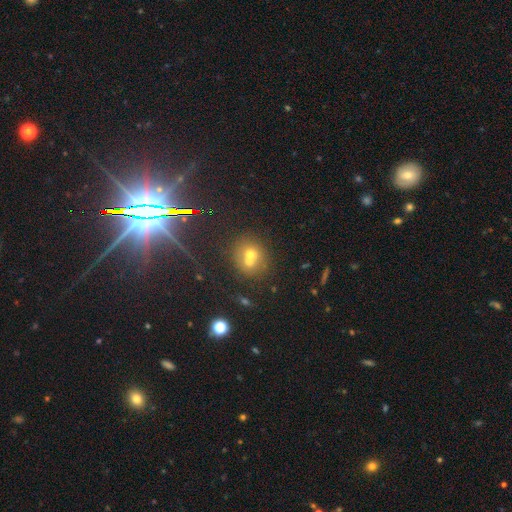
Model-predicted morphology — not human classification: A star or artifact, not a galaxy (57%).

Vote fractions:
- Smooth or featured? star or artifact: 57% / smooth: 24% / featured or disk: 19%